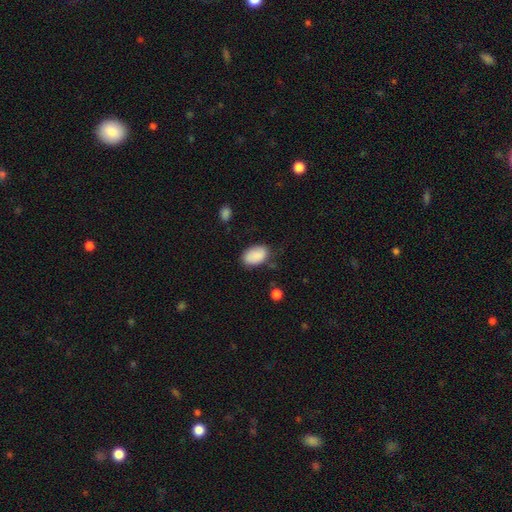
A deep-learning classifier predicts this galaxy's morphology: Smooth or featured?
  - smooth: 88% *
  - star or artifact: 7%
  - featured or disk: 5%
How rounded?
  - in between: 91% *
  - round: 8%
  - cigar-shaped: 1%
Merging?
  - none: 74% *
  - minor disturbance: 19%
  - major disturbance: 5%
  - merger: 2%